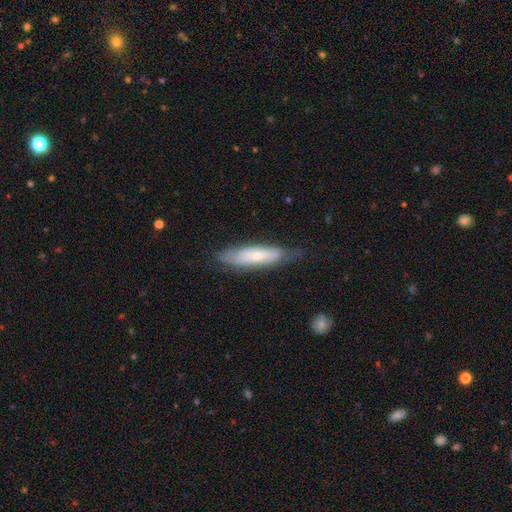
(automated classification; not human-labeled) Q: Smooth or featured?
A: smooth (49%); runner-up: featured or disk (44%)
Q: Merging?
A: none (71%); runner-up: minor disturbance (22%)